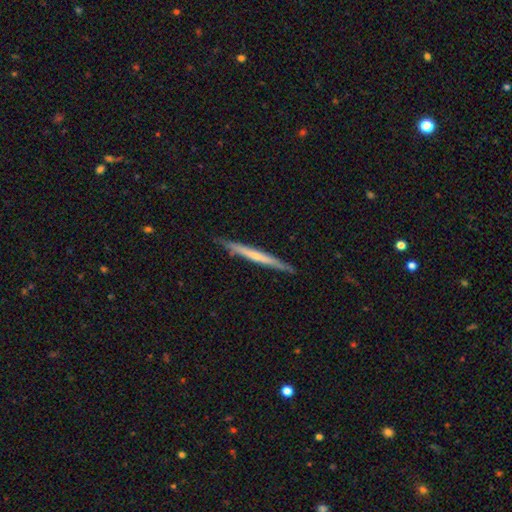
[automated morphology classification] Smooth or featured: featured or disk — 56% (smooth — 39%)
Edge-on disk: yes — 96% (no — 4%)
Edge-on bulge: none — 66% (rounded — 29%)
Merging: none — 88% (minor disturbance — 10%)